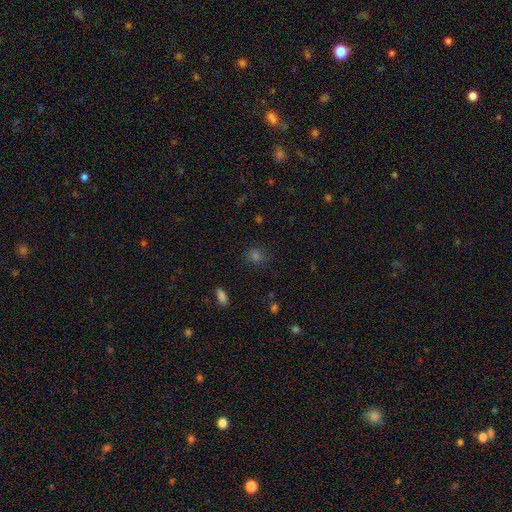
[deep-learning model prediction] Smooth or featured? Predicted: smooth (p=0.65). How rounded? Predicted: round (p=0.73). Merging? Predicted: none (p=0.83).